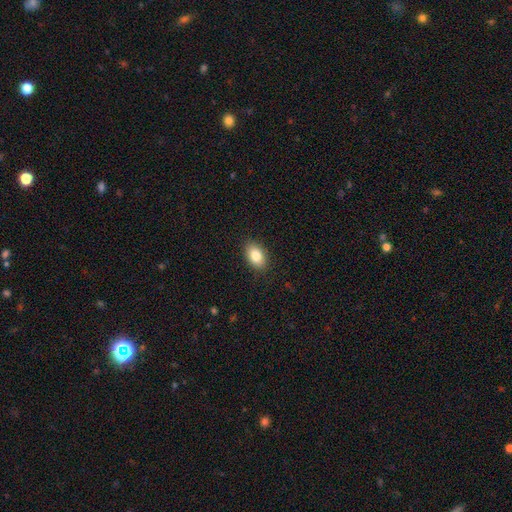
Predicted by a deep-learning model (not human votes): The model was most divided on "smooth or featured": smooth: 84%, featured or disk: 8%, star or artifact: 8%. More confident: merging — none (88%); how rounded — in between (87%).